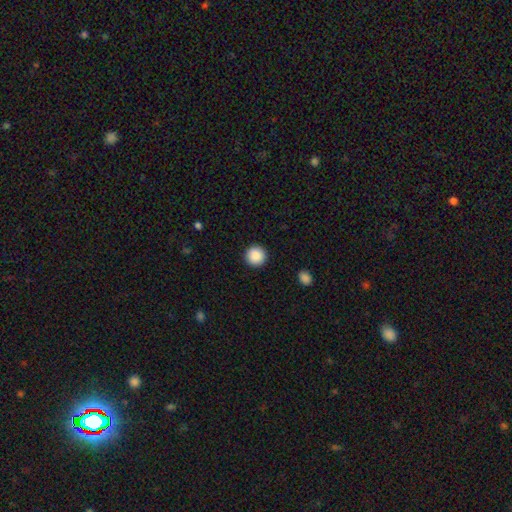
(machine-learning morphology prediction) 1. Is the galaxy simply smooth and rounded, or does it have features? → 89% smooth, 8% star or artifact, 3% featured or disk.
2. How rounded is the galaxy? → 96% round, 3% in between, 1% cigar-shaped.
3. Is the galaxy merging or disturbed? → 93% none, 4% minor disturbance, 2% major disturbance, 1% merger.